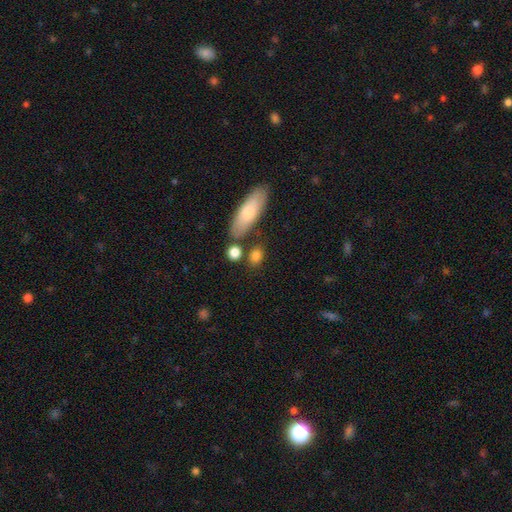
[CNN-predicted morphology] A smooth galaxy with no disk features (83%) that is in between round and cigar-shaped (49%). Merging: none (71%).